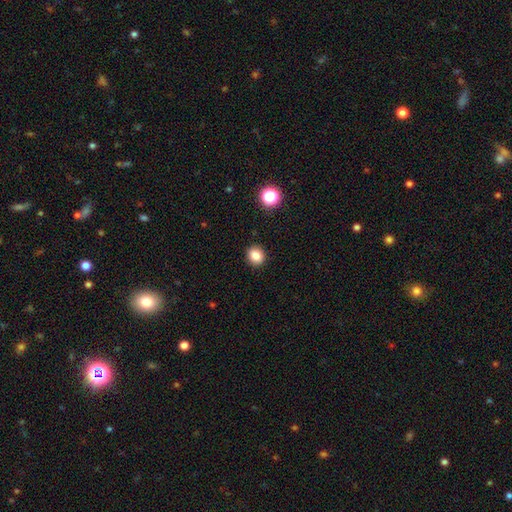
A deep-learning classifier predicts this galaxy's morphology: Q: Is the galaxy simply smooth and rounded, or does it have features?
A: smooth — 83%.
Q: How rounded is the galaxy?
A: round — 73%.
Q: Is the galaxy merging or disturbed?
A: none — 91%.